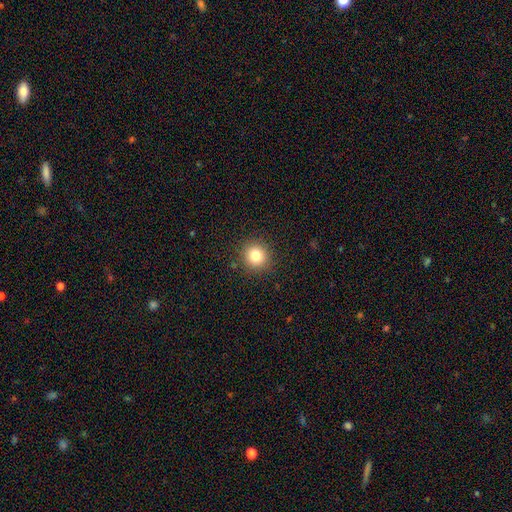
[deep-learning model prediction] A smooth galaxy with no disk features (81%) that is round (91%). Merging: none (90%).